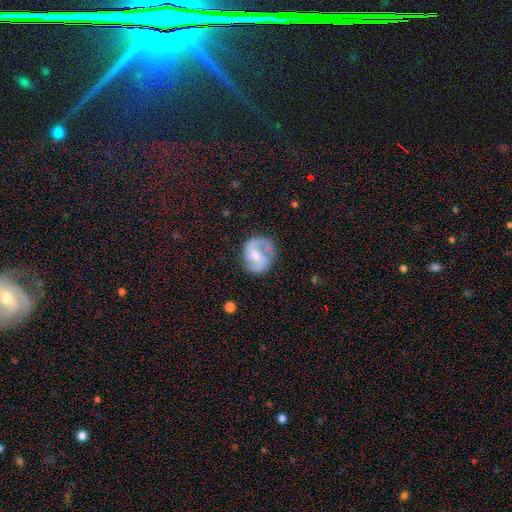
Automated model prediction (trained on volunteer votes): smooth-or-featured: featured or disk: 81% | smooth: 14% | star or artifact: 6%
  disk-edge-on: no: 98% | yes: 2%
    bar: weak: 45% | no: 41% | strong: 14%
    has-spiral-arms: yes: 95% | no: 5%
      spiral-winding: medium: 54% | loose: 27% | tight: 19%
      spiral-arm-count: 2: 89% | can't tell: 4% | 1: 4% | 3: 1% | 4: 1% | more than 4: 1%
    bulge-size: small: 47% | moderate: 42% | none: 7% | large: 3% | dominant: 1%
  merging: none: 73% | minor disturbance: 17% | major disturbance: 7% | merger: 3%